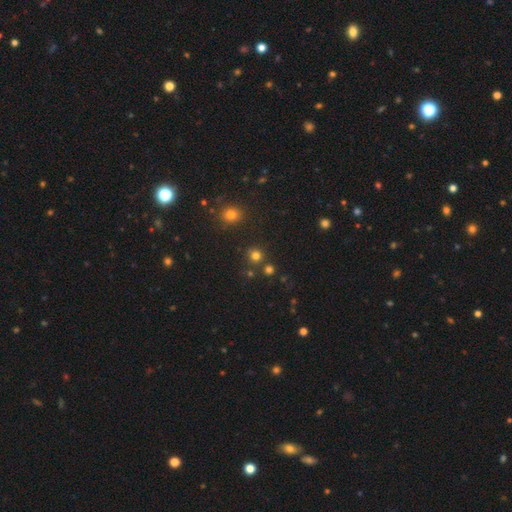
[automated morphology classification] smooth 74%, star or artifact 20%, featured or disk 5%. Down the decision tree: how rounded — round (91%); merging — none (80%).